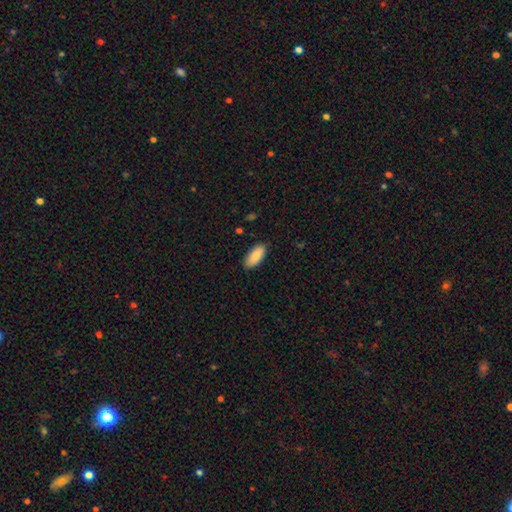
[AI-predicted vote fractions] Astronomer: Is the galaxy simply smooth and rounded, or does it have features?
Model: smooth — 86%.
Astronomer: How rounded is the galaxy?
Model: in between — 89%.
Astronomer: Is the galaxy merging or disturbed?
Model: none — 86%.